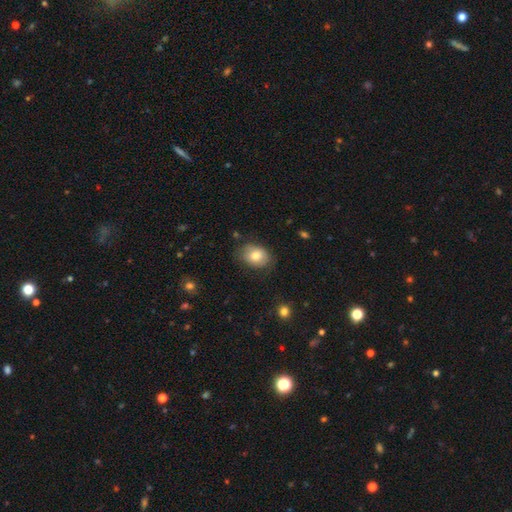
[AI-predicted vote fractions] Smooth or featured? smooth (77%)
How rounded? in between (67%)
Merging? none (74%)